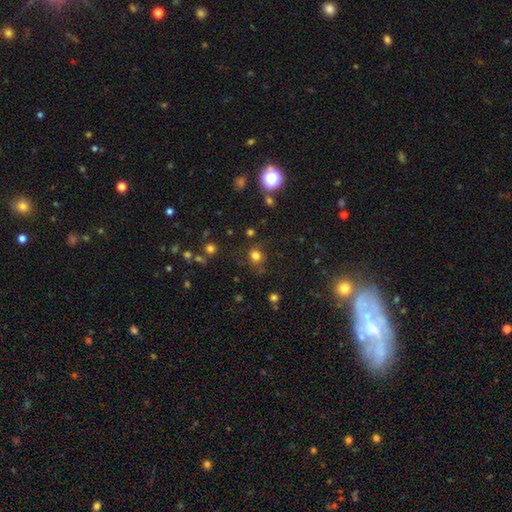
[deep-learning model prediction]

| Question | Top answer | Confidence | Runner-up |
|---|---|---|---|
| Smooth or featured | smooth | 75% | star or artifact (19%) |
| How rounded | round | 82% | in between (17%) |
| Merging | none | 75% | minor disturbance (15%) |